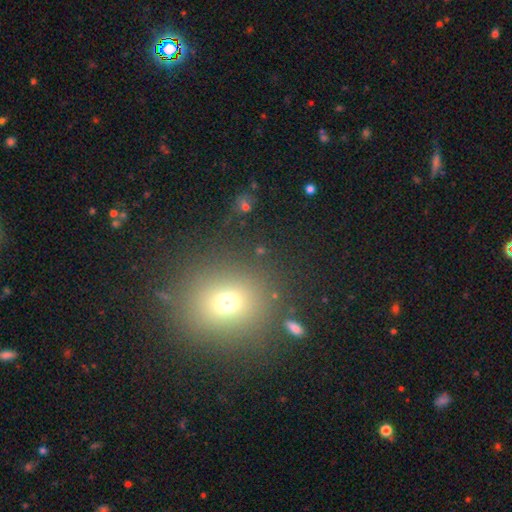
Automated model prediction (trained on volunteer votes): smooth 62%, star or artifact 28%, featured or disk 10%. Down the decision tree: how rounded — round (76%); merging — none (87%).